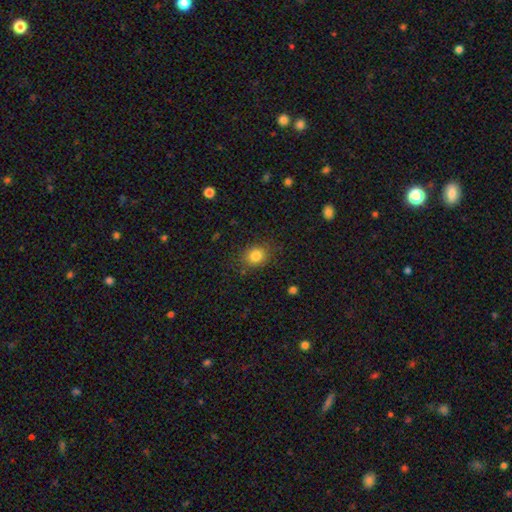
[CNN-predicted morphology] Smooth or featured? Predicted: smooth (p=0.83). How rounded? Predicted: round (p=0.58). Merging? Predicted: none (p=0.81).